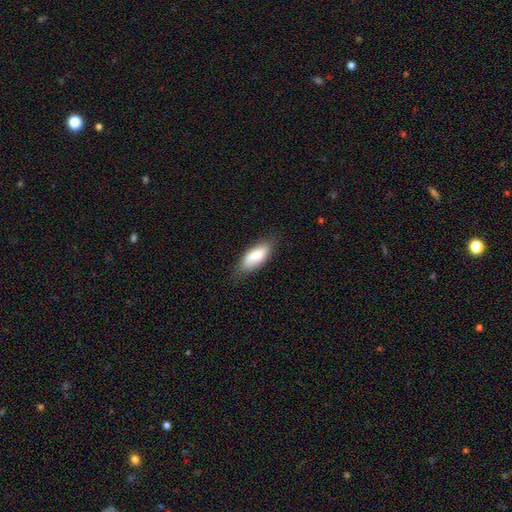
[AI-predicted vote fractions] Smooth or featured? Predicted: smooth (p=0.82). How rounded? Predicted: in between (p=0.81). Merging? Predicted: none (p=0.75).